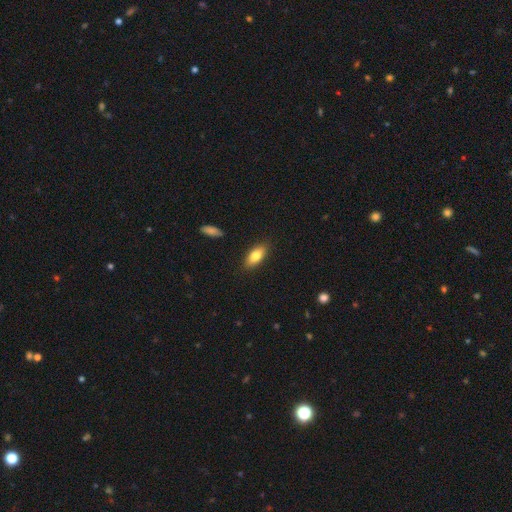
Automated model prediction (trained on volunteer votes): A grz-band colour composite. It shows a smooth galaxy with no disk features (80%) that is in between round and cigar-shaped (86%). Merging: none (87%).